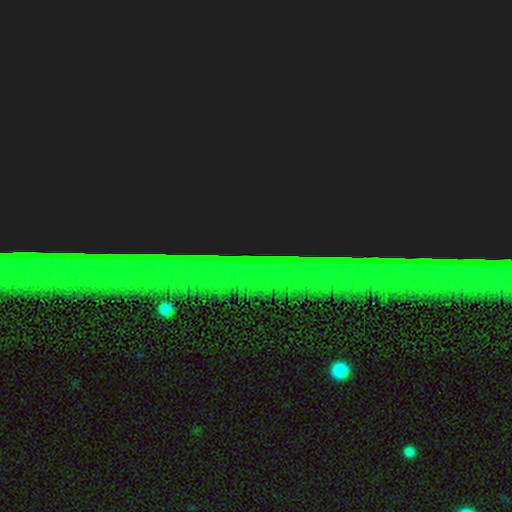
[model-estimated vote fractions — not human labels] Smooth or featured? Predicted: star or artifact (p=0.81).